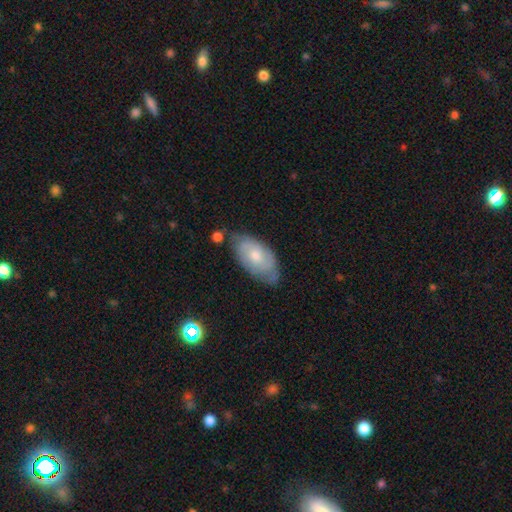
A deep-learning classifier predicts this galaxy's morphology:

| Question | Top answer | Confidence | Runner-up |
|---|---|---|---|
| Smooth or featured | smooth | 53% | featured or disk (41%) |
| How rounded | in between | 92% | cigar-shaped (4%) |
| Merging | none | 59% | minor disturbance (30%) |